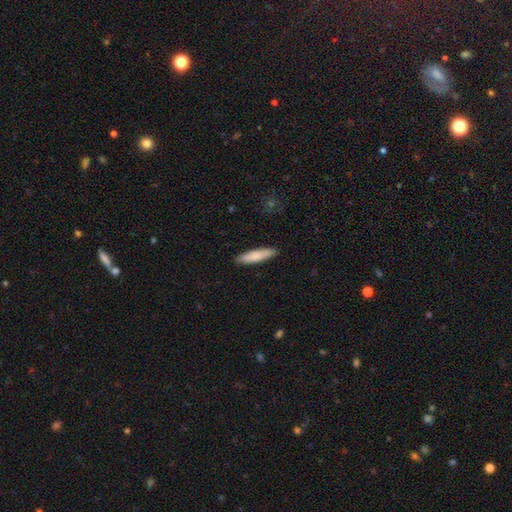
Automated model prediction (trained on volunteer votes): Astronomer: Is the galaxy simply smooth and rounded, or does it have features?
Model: smooth — 79%.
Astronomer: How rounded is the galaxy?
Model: cigar-shaped — 80%.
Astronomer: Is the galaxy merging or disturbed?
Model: none — 89%.